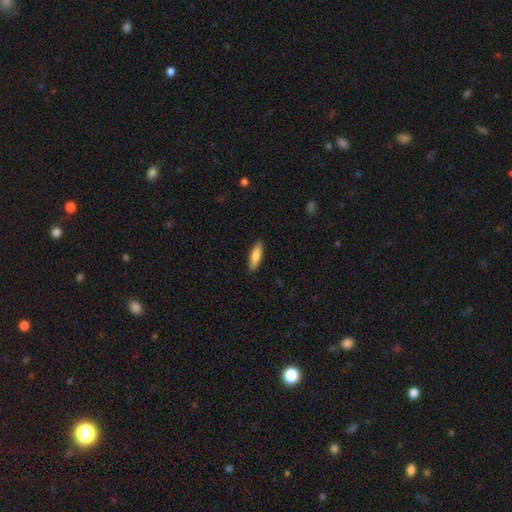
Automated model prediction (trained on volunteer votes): smooth-or-featured: smooth: 80% | featured or disk: 14% | star or artifact: 6%
  how-rounded: cigar-shaped: 61% | in between: 38% | round: 2%
  merging: none: 89% | minor disturbance: 8% | major disturbance: 2% | merger: 1%